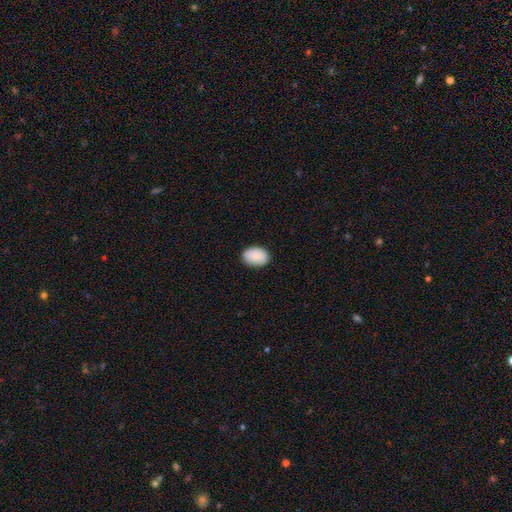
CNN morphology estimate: The model was most divided on "how rounded": in between: 79%, round: 20%, cigar-shaped: 1%. More confident: smooth or featured — smooth (87%); merging — none (85%).